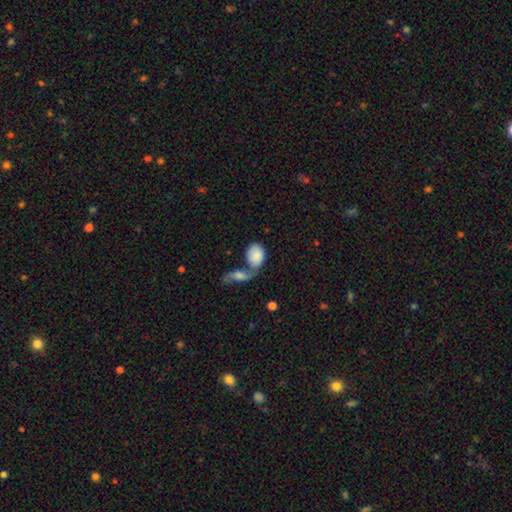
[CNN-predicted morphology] A smooth galaxy with no disk features (82%) that is in between round and cigar-shaped (82%).

Vote fractions:
- Smooth or featured? smooth: 82% / featured or disk: 12% / star or artifact: 6%
- How rounded? in between: 82% / round: 16% / cigar-shaped: 2%
- Merging? merger: 58% / none: 24% / minor disturbance: 10% / major disturbance: 8%